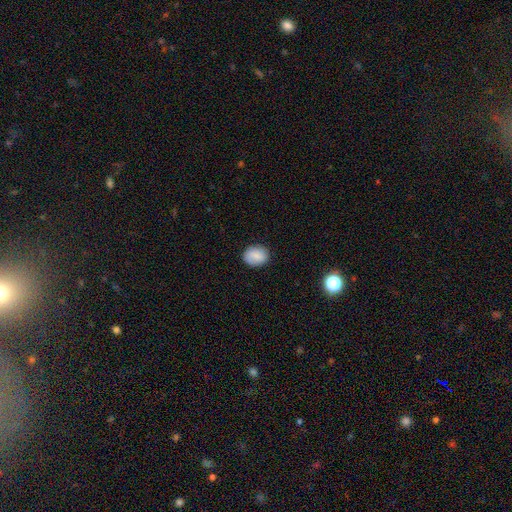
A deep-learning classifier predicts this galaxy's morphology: Smooth or featured: smooth — 82% (featured or disk — 10%)
How rounded: round — 58% (in between — 41%)
Merging: none — 85% (minor disturbance — 11%)